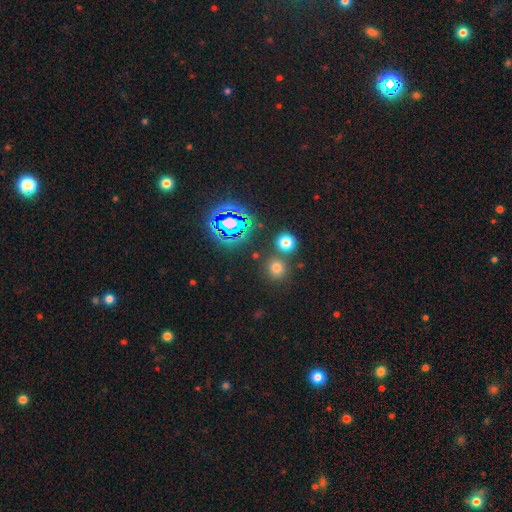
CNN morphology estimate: type=smooth (49%); merging=none (79%).